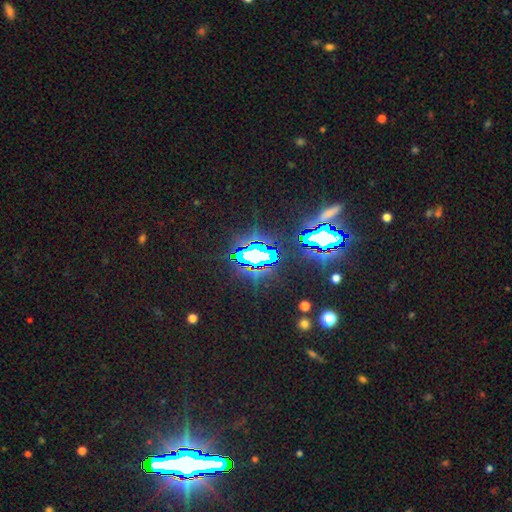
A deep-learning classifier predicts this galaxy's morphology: Smooth or featured? Predicted: star or artifact (p=0.70).